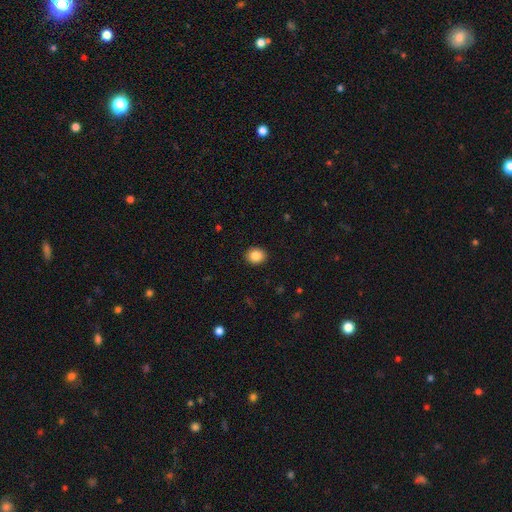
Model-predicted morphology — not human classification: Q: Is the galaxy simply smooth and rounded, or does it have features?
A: smooth — 86%.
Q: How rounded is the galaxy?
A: round — 64%.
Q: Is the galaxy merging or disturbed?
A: none — 91%.